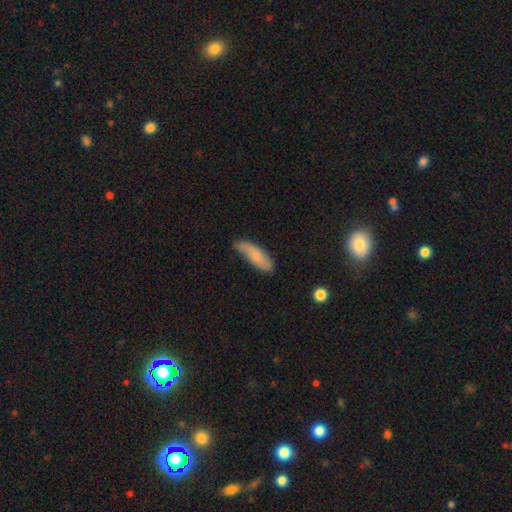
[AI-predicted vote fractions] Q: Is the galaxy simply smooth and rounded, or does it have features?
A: smooth — 64%.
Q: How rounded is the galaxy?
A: in between — 58%.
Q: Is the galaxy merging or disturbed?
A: none — 62%.